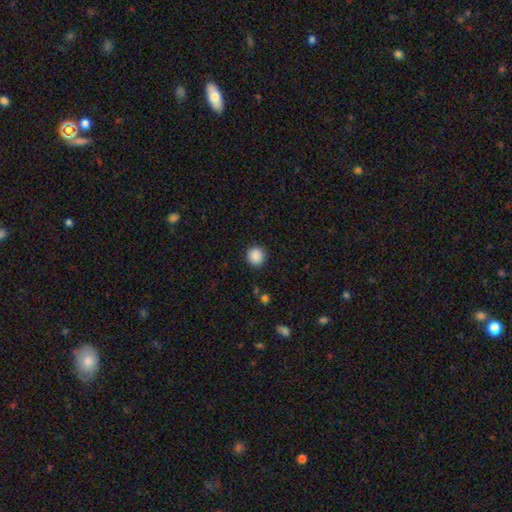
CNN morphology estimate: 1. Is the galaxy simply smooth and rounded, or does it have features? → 89% smooth, 9% star or artifact, 2% featured or disk.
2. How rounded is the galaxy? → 94% round, 5% in between, 1% cigar-shaped.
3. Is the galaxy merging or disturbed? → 92% none, 5% minor disturbance, 2% major disturbance, 1% merger.